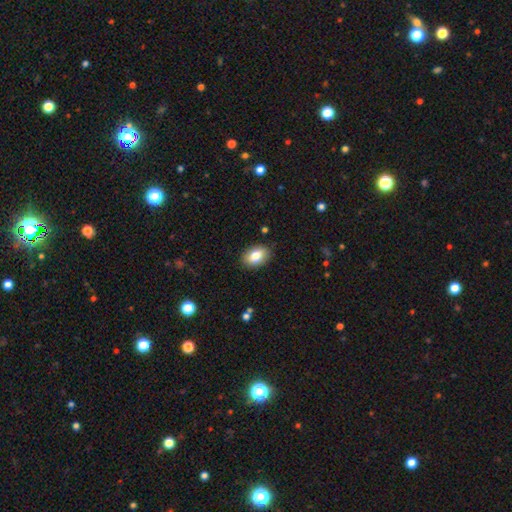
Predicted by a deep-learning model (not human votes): smooth_or_featured: smooth (p=0.82) [alt: featured or disk p=0.11]
how_rounded: in between (p=0.86) [alt: round p=0.13]
merging: none (p=0.87) [alt: minor disturbance p=0.09]